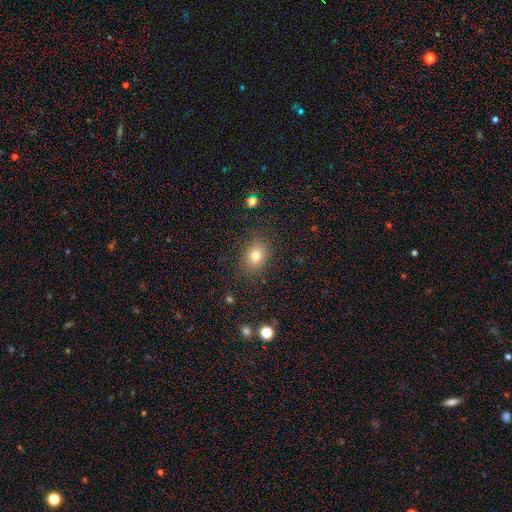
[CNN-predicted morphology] Overall: smooth (79%). How rounded: in between (60%; round 39%). Merging: none (82%).